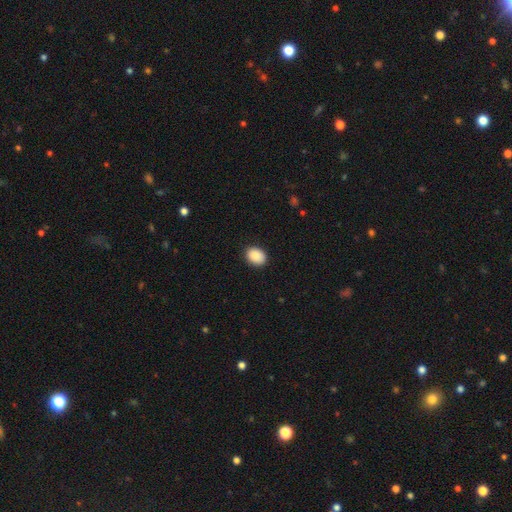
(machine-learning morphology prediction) This appears to be a smooth galaxy with no disk features (90%) that is in between round and cigar-shaped (66%). Merging: none (89%).